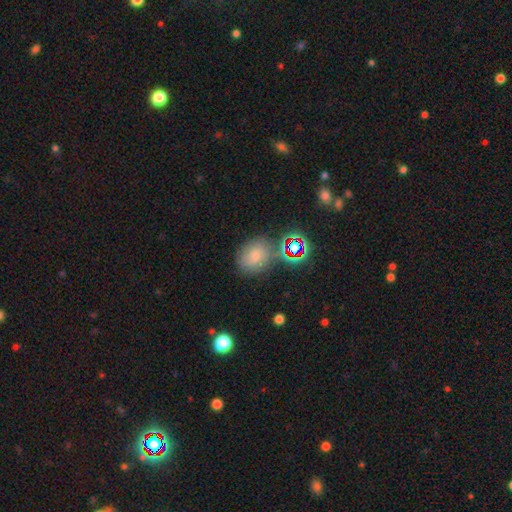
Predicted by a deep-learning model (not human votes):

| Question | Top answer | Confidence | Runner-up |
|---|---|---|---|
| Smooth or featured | smooth | 64% | star or artifact (23%) |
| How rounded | round | 50% | in between (49%) |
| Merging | none | 66% | minor disturbance (18%) |